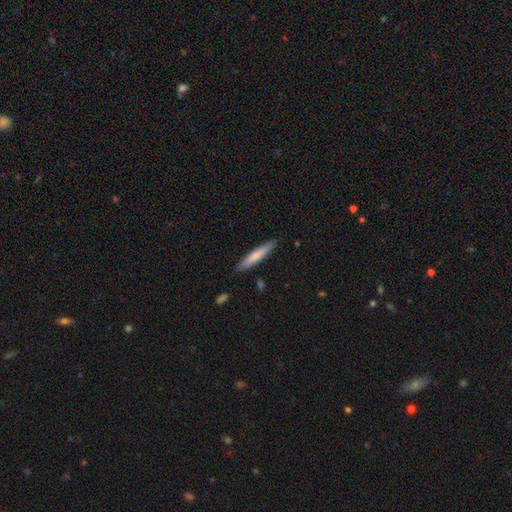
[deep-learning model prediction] smooth 68%, featured or disk 26%, star or artifact 6%. Down the decision tree: how rounded — cigar-shaped (92%); merging — none (87%).